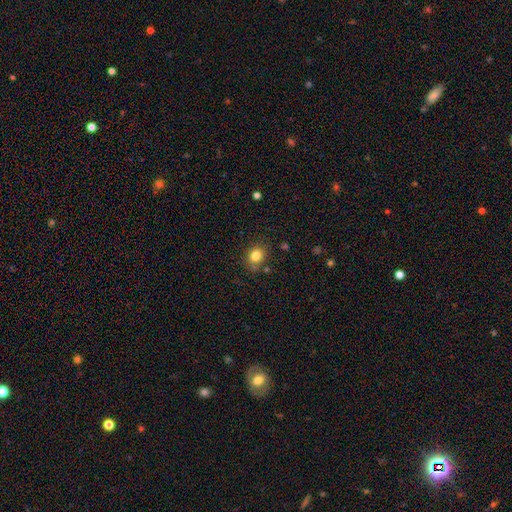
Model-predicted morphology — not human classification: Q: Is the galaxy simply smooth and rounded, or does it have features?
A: smooth — 82%.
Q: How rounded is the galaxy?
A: round — 65%.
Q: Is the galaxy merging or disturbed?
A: none — 77%.